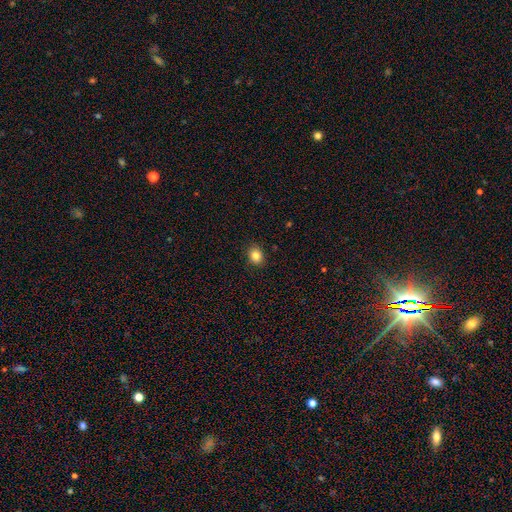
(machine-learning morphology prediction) A smooth galaxy with no disk features (83%) that is round (56%). Merging: none (90%).